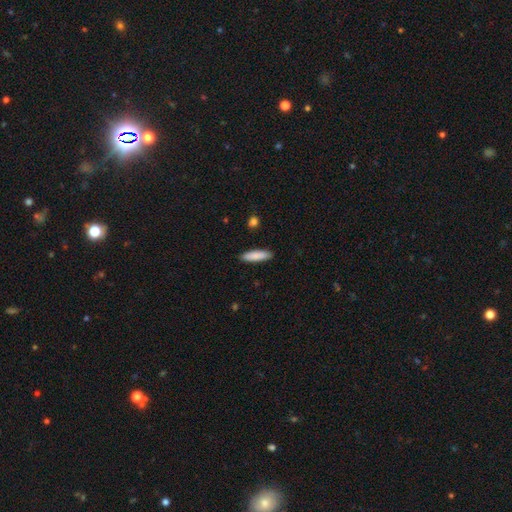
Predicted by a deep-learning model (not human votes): Morphology: type=smooth (85%); roundness=cigar-shaped (73%); merging=none (90%).